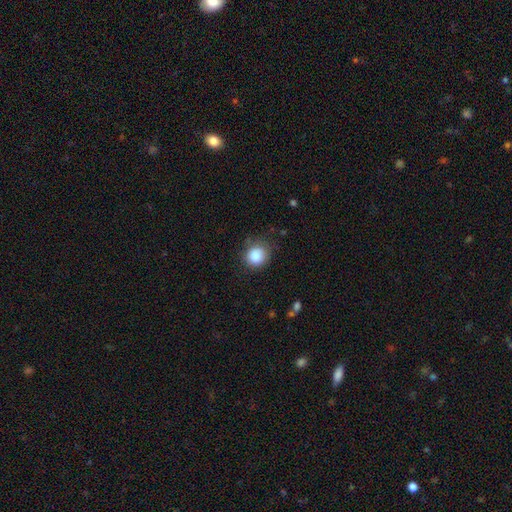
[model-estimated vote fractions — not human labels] A smooth galaxy with no disk features (86%) that is round (82%). Merging: none (75%).